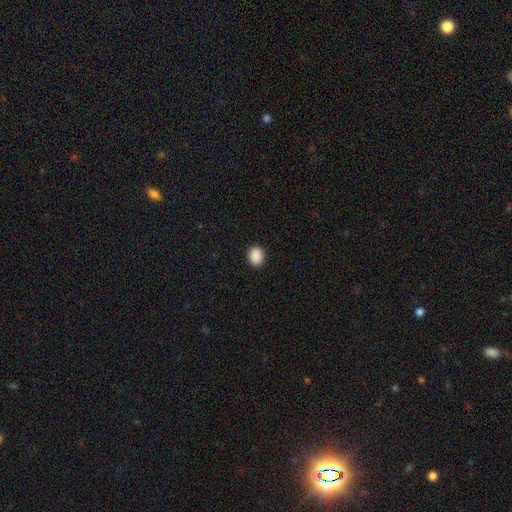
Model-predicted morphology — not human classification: Smooth or featured? smooth (90%)
How rounded? in between (51%)
Merging? none (91%)